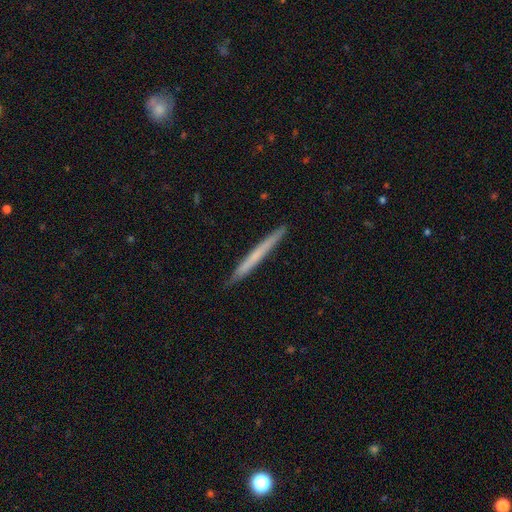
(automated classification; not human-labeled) Q: Smooth or featured?
A: smooth (56%); runner-up: featured or disk (39%)
Q: How rounded?
A: cigar-shaped (97%); runner-up: in between (1%)
Q: Merging?
A: none (92%); runner-up: minor disturbance (6%)